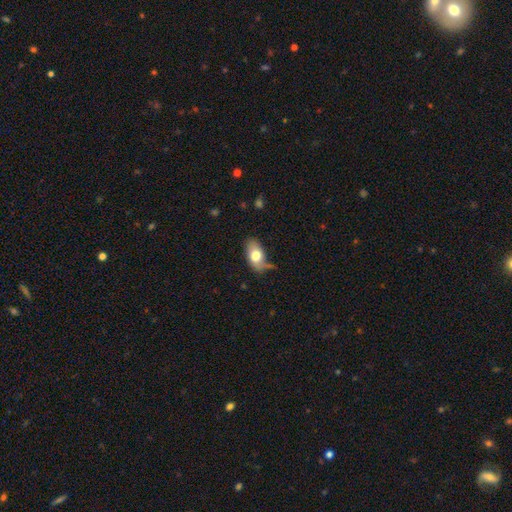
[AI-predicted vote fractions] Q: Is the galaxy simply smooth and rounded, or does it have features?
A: smooth — 72%.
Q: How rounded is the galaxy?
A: in between — 91%.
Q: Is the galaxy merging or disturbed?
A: none — 56%.